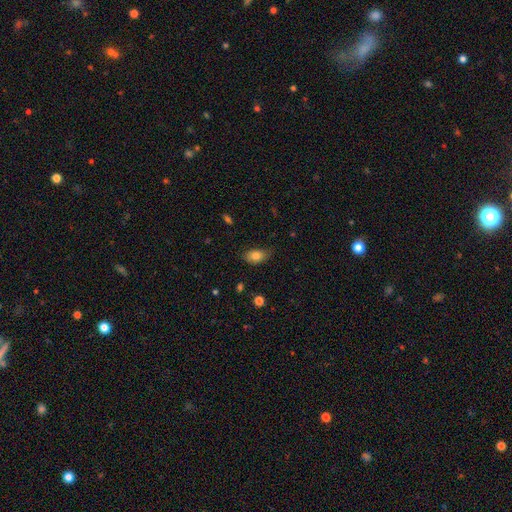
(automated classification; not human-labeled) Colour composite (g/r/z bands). It shows a smooth galaxy with no disk features (80%) that is in between round and cigar-shaped (86%). Merging: none (70%).